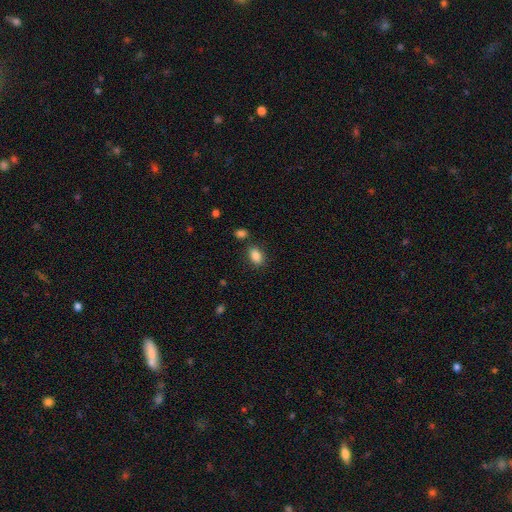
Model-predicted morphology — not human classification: Smooth or featured?
  - smooth: 86% *
  - star or artifact: 9%
  - featured or disk: 5%
How rounded?
  - in between: 87% *
  - round: 11%
  - cigar-shaped: 2%
Merging?
  - none: 79% *
  - minor disturbance: 11%
  - merger: 7%
  - major disturbance: 3%